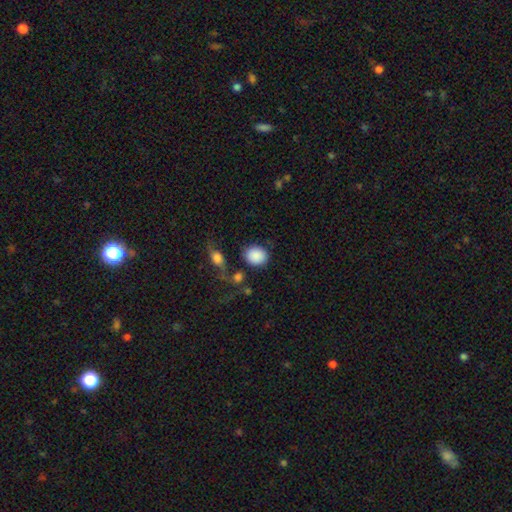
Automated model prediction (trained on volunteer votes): Smooth or featured? Predicted: smooth (p=0.88). How rounded? Predicted: round (p=0.61). Merging? Predicted: none (p=0.73).